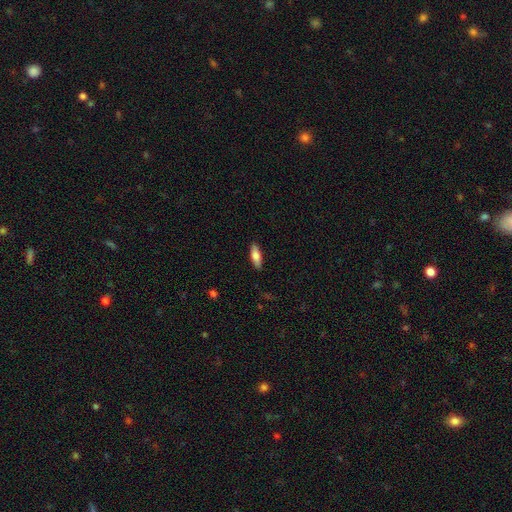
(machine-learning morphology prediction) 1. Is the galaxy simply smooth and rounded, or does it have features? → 74% smooth, 20% featured or disk, 6% star or artifact.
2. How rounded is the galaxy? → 59% in between, 38% cigar-shaped, 2% round.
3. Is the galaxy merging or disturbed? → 89% none, 8% minor disturbance, 2% major disturbance, 1% merger.